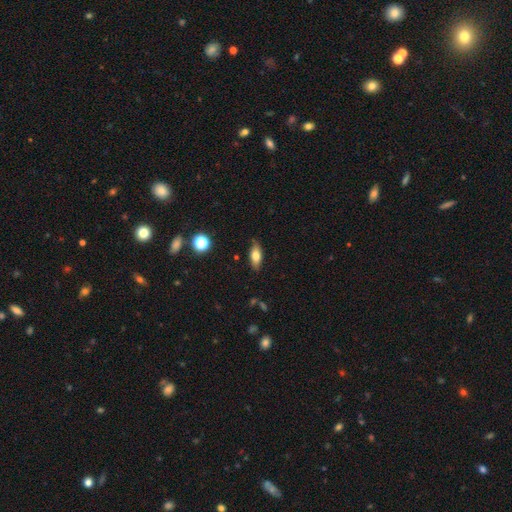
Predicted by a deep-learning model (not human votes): This appears to be a smooth galaxy with no disk features (73%) that is in between round and cigar-shaped (78%). Merging: none (83%).